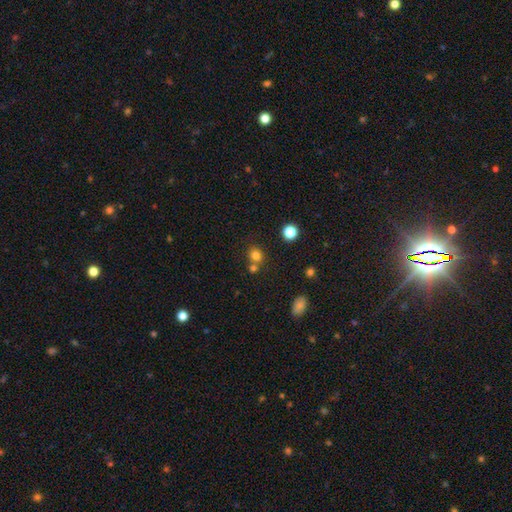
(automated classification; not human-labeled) smooth_or_featured: smooth (p=0.78) [alt: star or artifact p=0.15]
how_rounded: round (p=0.81) [alt: in between p=0.18]
merging: none (p=0.61) [alt: merger p=0.28]